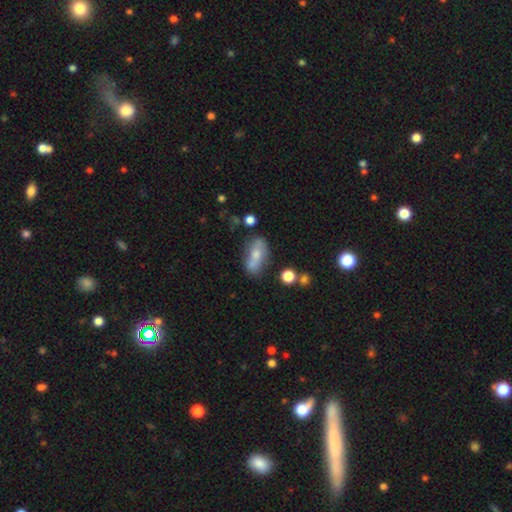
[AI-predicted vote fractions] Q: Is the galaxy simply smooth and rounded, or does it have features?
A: smooth — 60%.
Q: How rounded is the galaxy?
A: in between — 81%.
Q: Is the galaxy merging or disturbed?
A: none — 52%.